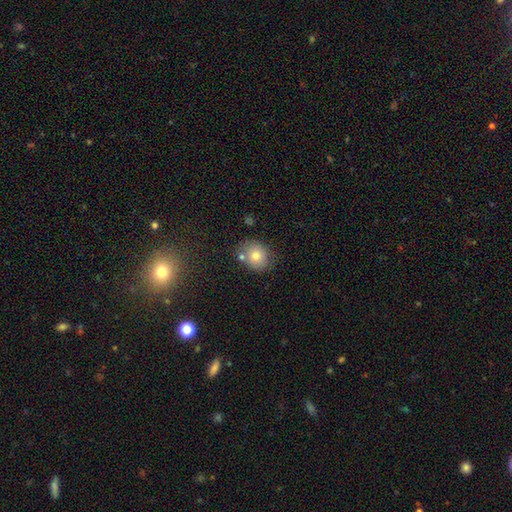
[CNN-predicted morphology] Smooth or featured? smooth (76%)
How rounded? round (62%)
Merging? none (66%)